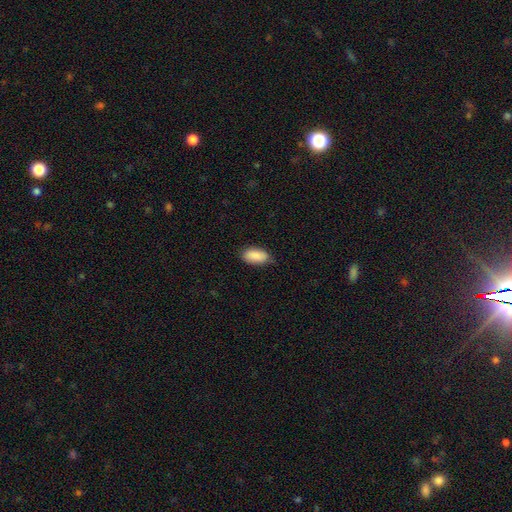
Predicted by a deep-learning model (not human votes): A smooth galaxy with no disk features (89%) that is in between round and cigar-shaped (93%). Merging: none (77%).